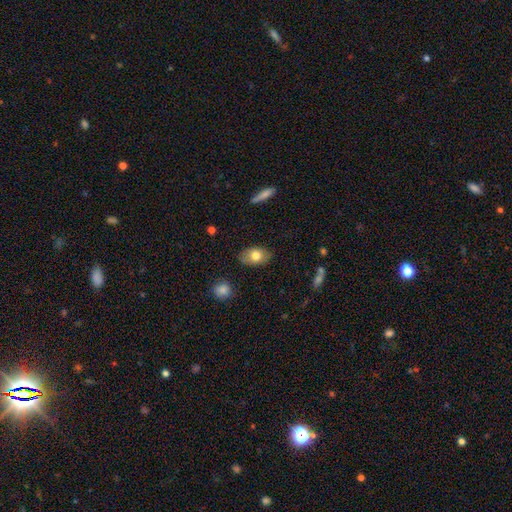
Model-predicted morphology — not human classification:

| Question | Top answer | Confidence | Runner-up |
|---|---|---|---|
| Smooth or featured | smooth | 74% | featured or disk (18%) |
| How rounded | in between | 87% | round (11%) |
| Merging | none | 82% | minor disturbance (13%) |